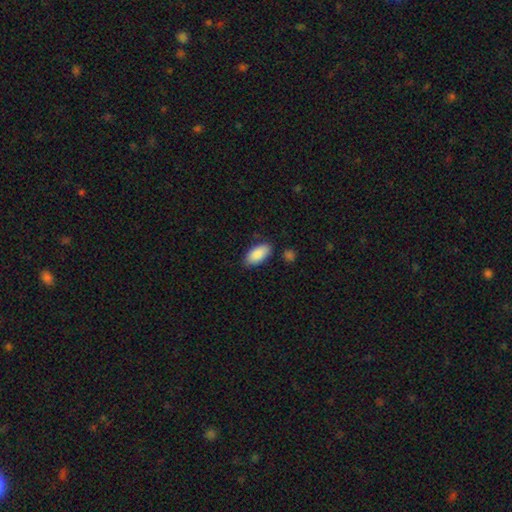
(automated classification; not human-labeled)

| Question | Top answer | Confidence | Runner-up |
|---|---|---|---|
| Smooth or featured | smooth | 89% | star or artifact (6%) |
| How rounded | in between | 93% | cigar-shaped (5%) |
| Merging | none | 82% | minor disturbance (13%) |